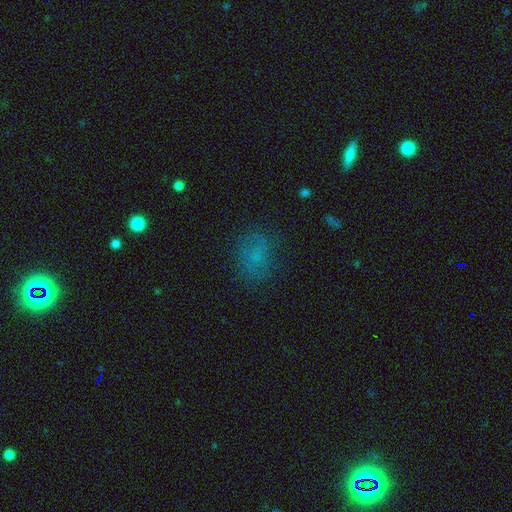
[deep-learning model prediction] Smooth or featured? Predicted: smooth (p=0.62). How rounded? Predicted: in between (p=0.53). Merging? Predicted: none (p=0.69).